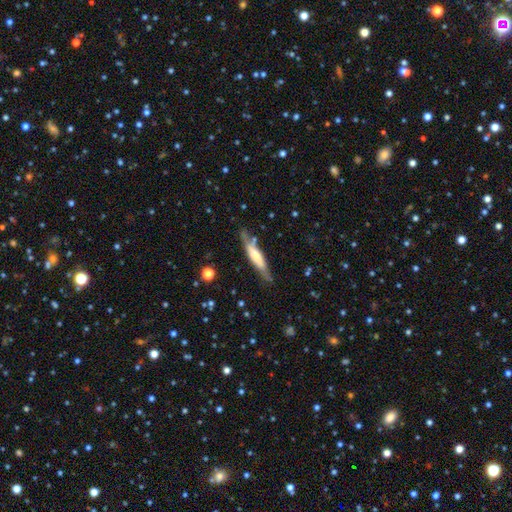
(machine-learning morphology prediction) featured or disk 49%, smooth 45%, star or artifact 6%. Down the decision tree: merging — none (70%).